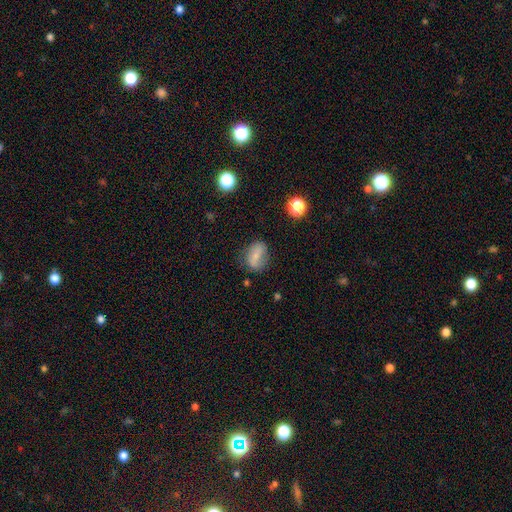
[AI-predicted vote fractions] Q: Smooth or featured?
A: smooth (66%); runner-up: featured or disk (24%)
Q: How rounded?
A: in between (73%); runner-up: round (25%)
Q: Merging?
A: none (62%); runner-up: minor disturbance (25%)